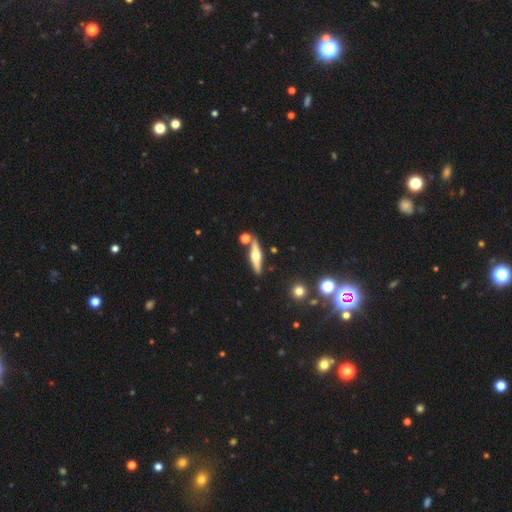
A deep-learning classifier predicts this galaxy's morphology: The model was most divided on "smooth or featured": featured or disk: 63%, smooth: 31%, star or artifact: 7%. More confident: edge-on disk — yes (95%); edge-on bulge — rounded (92%); merging — none (80%).